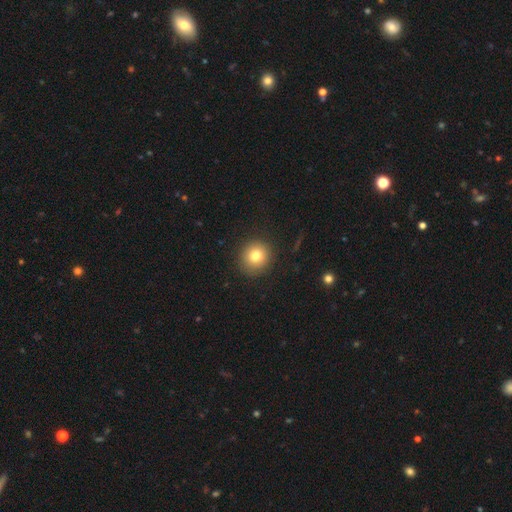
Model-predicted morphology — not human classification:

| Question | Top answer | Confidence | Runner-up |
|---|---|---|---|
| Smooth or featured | smooth | 79% | star or artifact (11%) |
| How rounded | round | 90% | in between (9%) |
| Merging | none | 90% | minor disturbance (7%) |